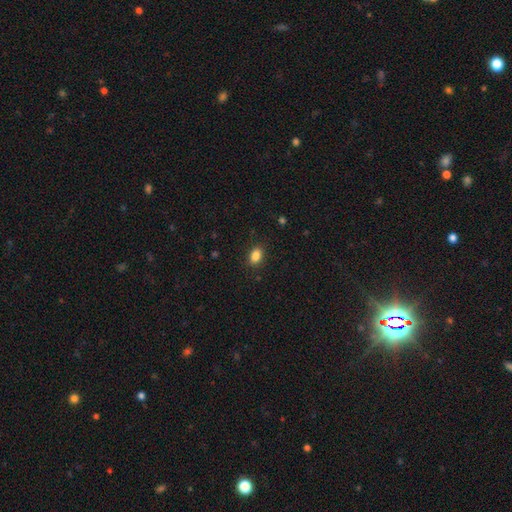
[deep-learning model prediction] Smooth or featured? Predicted: smooth (p=0.86). How rounded? Predicted: in between (p=0.82). Merging? Predicted: none (p=0.88).